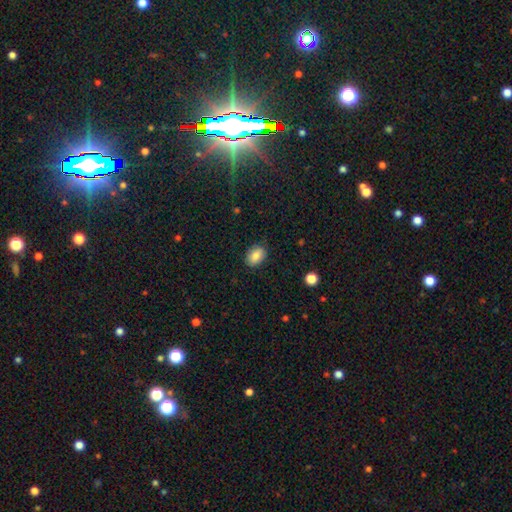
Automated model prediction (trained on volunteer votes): A smooth galaxy with no disk features (84%) that is in between round and cigar-shaped (81%). Merging: none (85%).